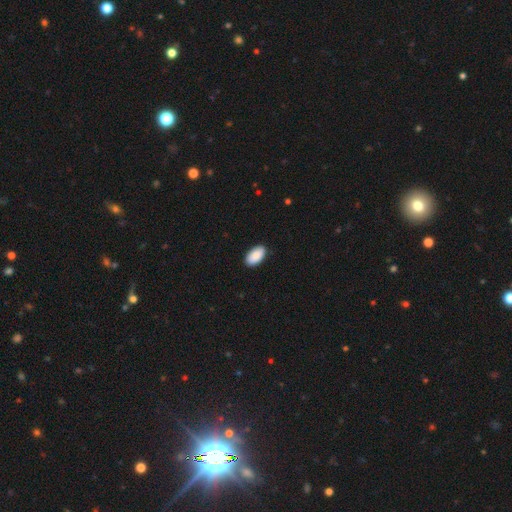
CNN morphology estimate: Smooth or featured: smooth — 90% (star or artifact — 6%)
How rounded: in between — 96% (round — 3%)
Merging: none — 89% (minor disturbance — 8%)